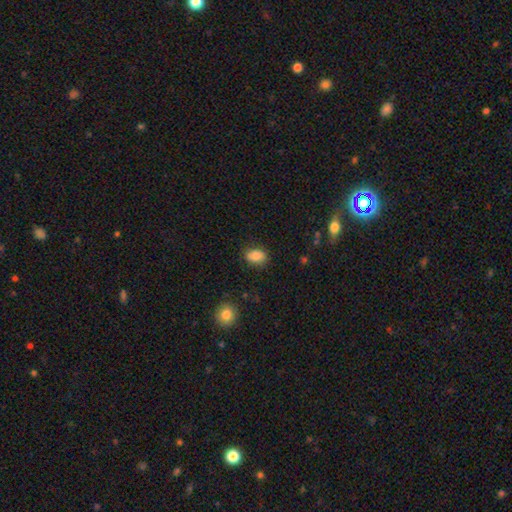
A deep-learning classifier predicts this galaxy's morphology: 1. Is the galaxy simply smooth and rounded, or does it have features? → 84% smooth, 9% star or artifact, 7% featured or disk.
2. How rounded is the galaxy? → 76% in between, 22% round, 1% cigar-shaped.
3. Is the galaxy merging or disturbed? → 80% none, 15% minor disturbance, 3% major disturbance, 1% merger.